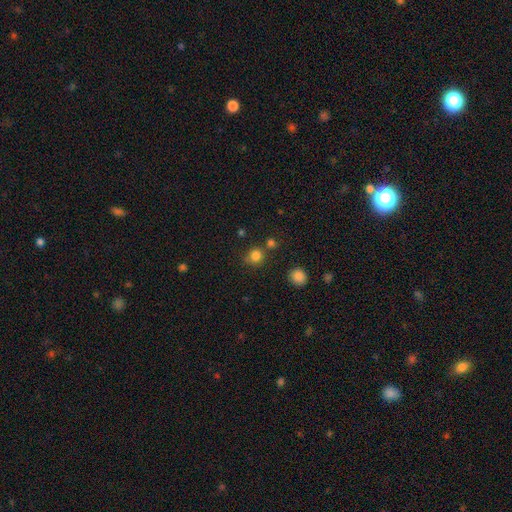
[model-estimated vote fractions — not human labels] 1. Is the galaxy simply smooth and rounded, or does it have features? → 81% smooth, 14% star or artifact, 5% featured or disk.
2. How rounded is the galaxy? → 87% round, 12% in between, 1% cigar-shaped.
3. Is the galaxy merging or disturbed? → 72% none, 12% merger, 12% minor disturbance, 4% major disturbance.